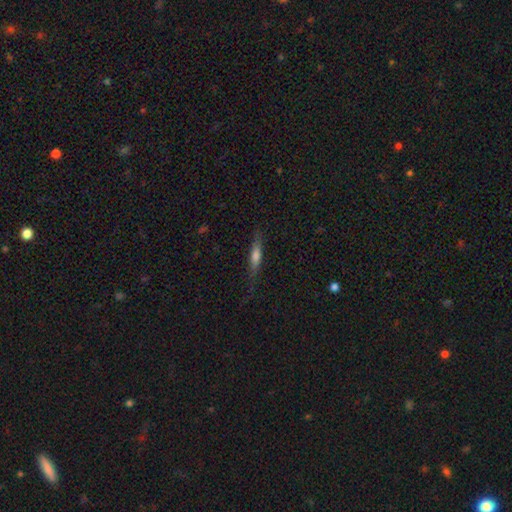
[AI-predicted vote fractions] smooth-or-featured: smooth: 50% | featured or disk: 42% | star or artifact: 8%
  how-rounded: cigar-shaped: 82% | in between: 15% | round: 2%
  merging: none: 73% | minor disturbance: 19% | major disturbance: 6% | merger: 2%